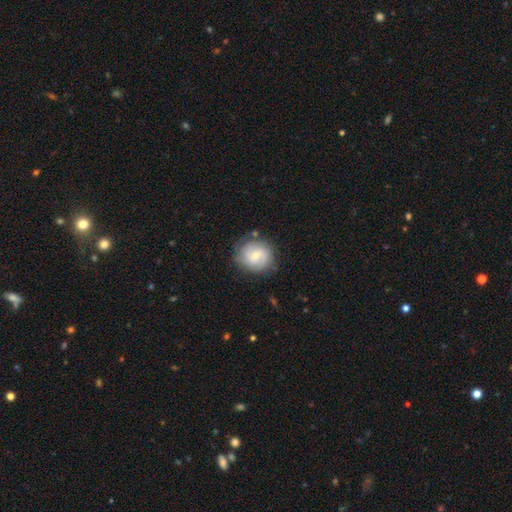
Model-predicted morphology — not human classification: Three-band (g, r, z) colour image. It shows a featured or disk galaxy (50%). Merging: none (77%).